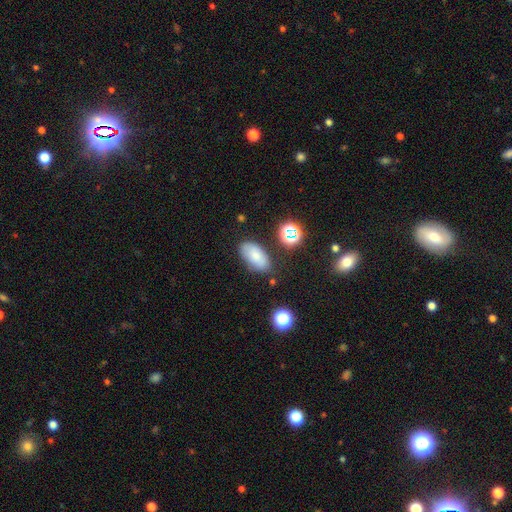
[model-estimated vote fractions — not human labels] smooth_or_featured: smooth (p=0.76) [alt: featured or disk p=0.12]
how_rounded: in between (p=0.92) [alt: round p=0.05]
merging: none (p=0.75) [alt: minor disturbance p=0.17]